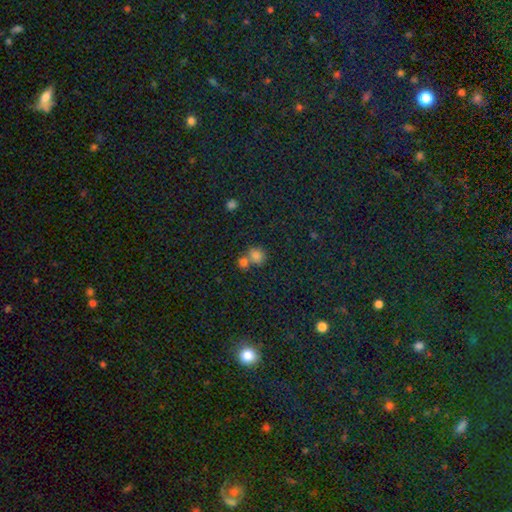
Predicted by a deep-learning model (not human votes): Overall: smooth (75%). How rounded: round (75%). Merging: none (45%; merger 44%).